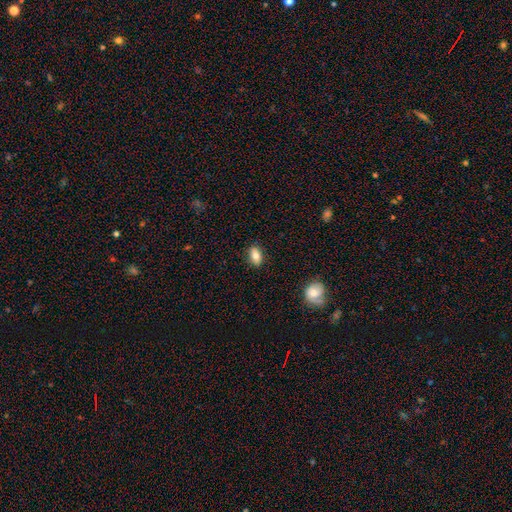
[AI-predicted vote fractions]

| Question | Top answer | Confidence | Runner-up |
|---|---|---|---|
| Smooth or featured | smooth | 78% | featured or disk (14%) |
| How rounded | in between | 86% | round (9%) |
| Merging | none | 87% | minor disturbance (10%) |